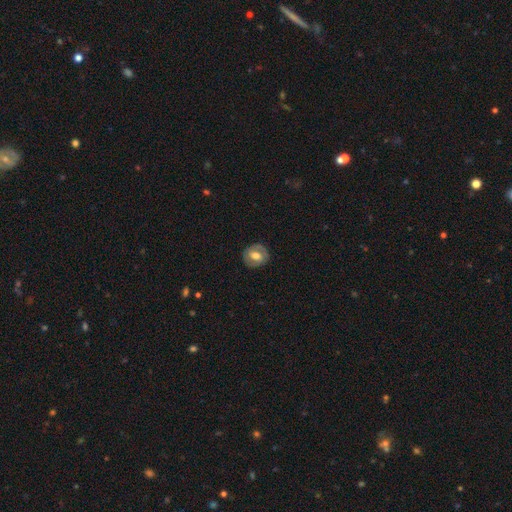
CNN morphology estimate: A featured or disk galaxy (49%).

Vote fractions:
- Smooth or featured? featured or disk: 49% / smooth: 44% / star or artifact: 7%
- Merging? none: 83% / minor disturbance: 12% / major disturbance: 4% / merger: 1%